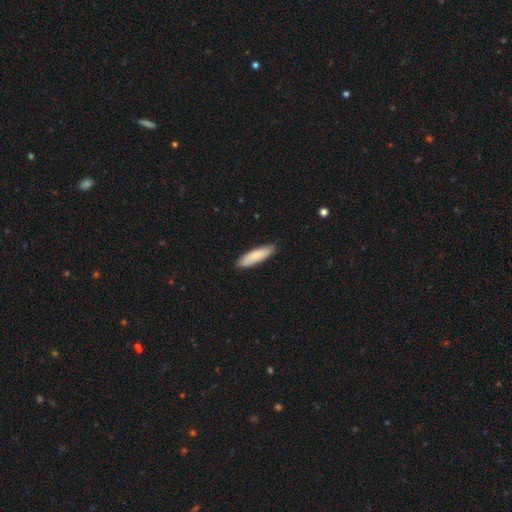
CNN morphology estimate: smooth_or_featured: smooth (p=0.82) [alt: featured or disk p=0.13]
how_rounded: cigar-shaped (p=0.60) [alt: in between p=0.39]
merging: none (p=0.88) [alt: minor disturbance p=0.09]